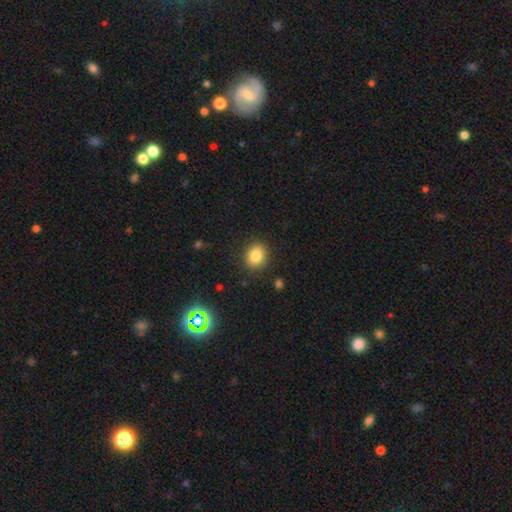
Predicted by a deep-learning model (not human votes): This is clearly a smooth galaxy (83%). How rounded: likely round (61%). Merging: clearly none (88%).